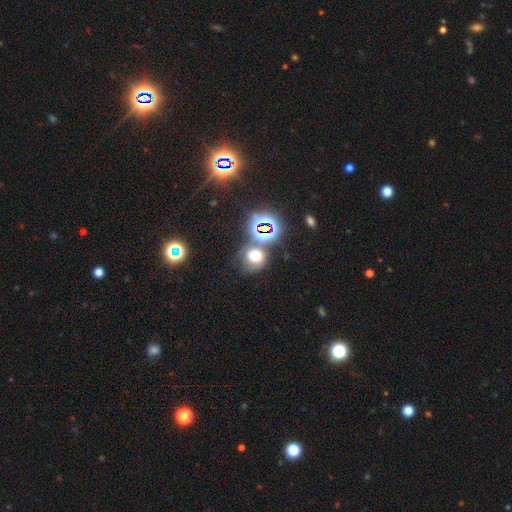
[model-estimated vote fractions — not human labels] Smooth or featured? smooth (57%)
How rounded? round (77%)
Merging? none (55%)